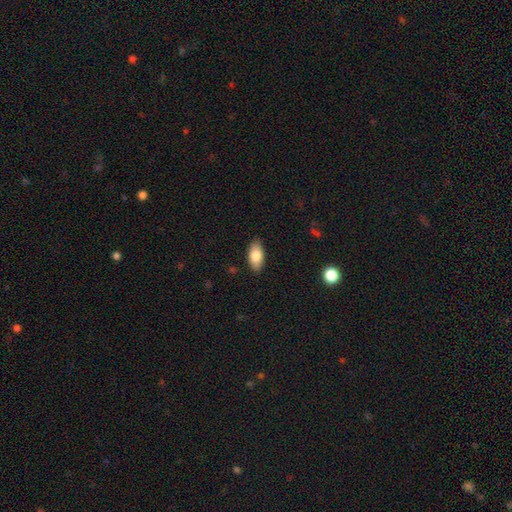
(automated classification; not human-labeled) The model was most divided on "smooth or featured": smooth: 81%, featured or disk: 12%, star or artifact: 6%. More confident: how rounded — in between (91%); merging — none (87%).